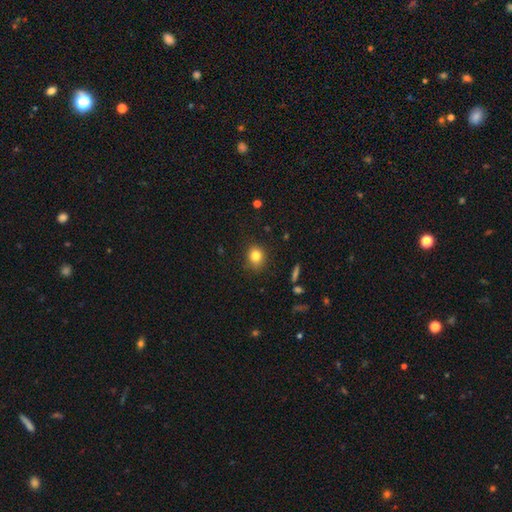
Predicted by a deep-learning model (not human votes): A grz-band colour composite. It shows a smooth galaxy with no disk features (82%) that is round (68%). Merging: none (85%).